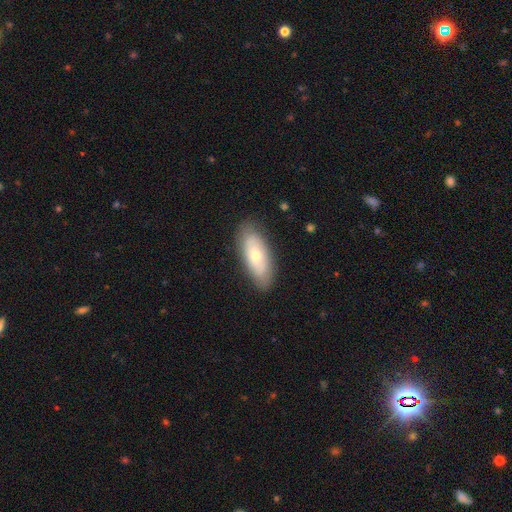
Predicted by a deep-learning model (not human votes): A smooth galaxy with no disk features (56%) that is in between round and cigar-shaped (82%). Merging: none (83%).